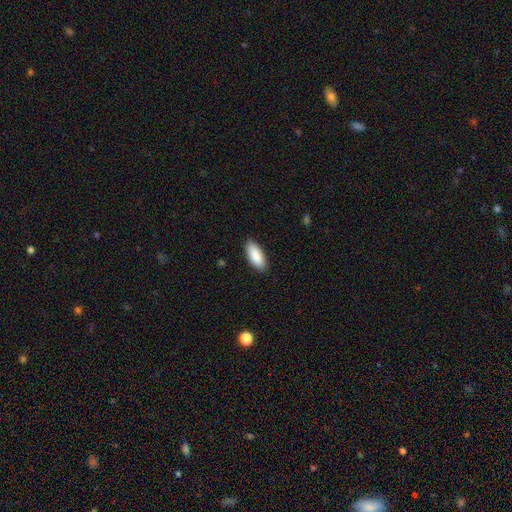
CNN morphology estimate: Smooth or featured? Predicted: smooth (p=0.90). How rounded? Predicted: in between (p=0.84). Merging? Predicted: none (p=0.88).